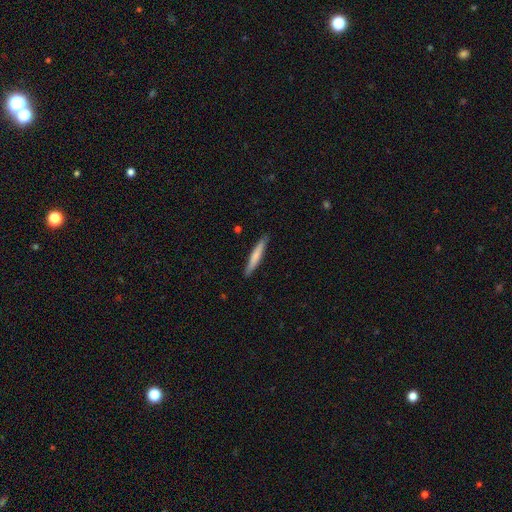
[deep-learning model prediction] smooth-or-featured: smooth: 67% | featured or disk: 28% | star or artifact: 5%
  how-rounded: cigar-shaped: 94% | in between: 4% | round: 1%
  merging: none: 90% | minor disturbance: 8% | major disturbance: 1% | merger: 1%